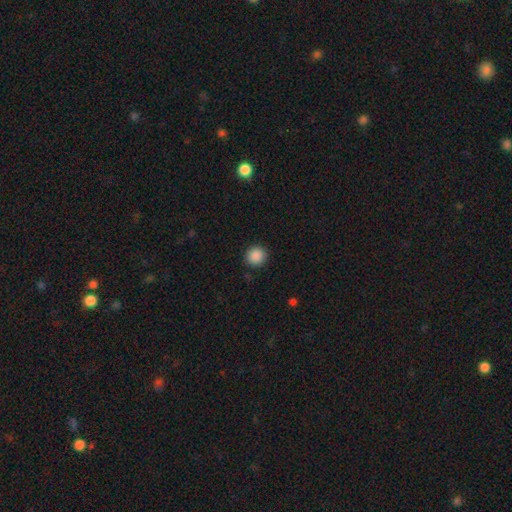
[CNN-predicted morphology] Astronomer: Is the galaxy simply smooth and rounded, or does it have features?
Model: smooth — 88%.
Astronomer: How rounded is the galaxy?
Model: round — 92%.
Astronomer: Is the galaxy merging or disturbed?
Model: none — 90%.